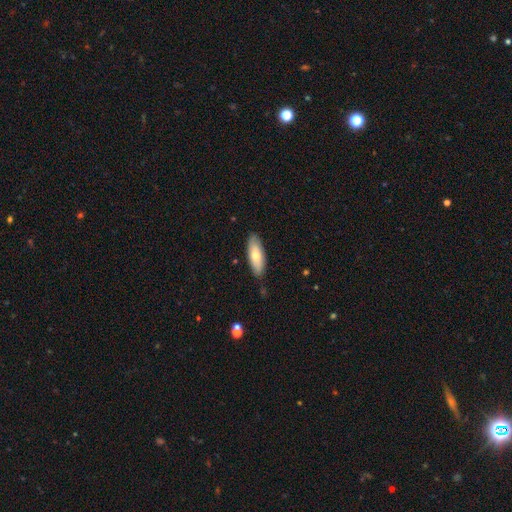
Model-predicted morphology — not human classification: Overall: smooth (68%). How rounded: in between (69%). Merging: none (84%).